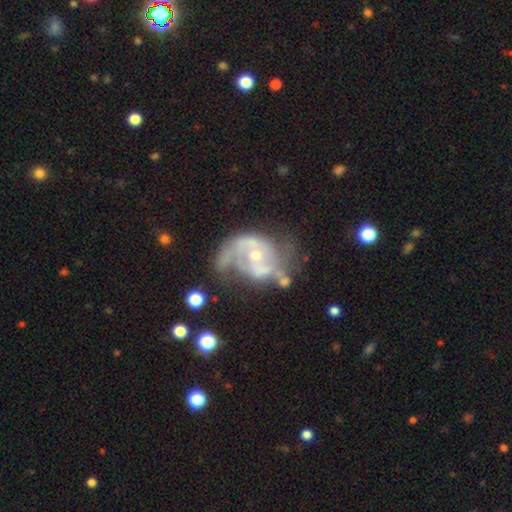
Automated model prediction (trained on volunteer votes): featured or disk 81%, smooth 12%, star or artifact 7%. Down the decision tree: edge-on disk — no (97%); bar — no (61%); spiral arms — yes (83%); spiral arm count — 2 (60%); spiral winding — medium (43%); bulge size — small (54%); merging — none (33%).